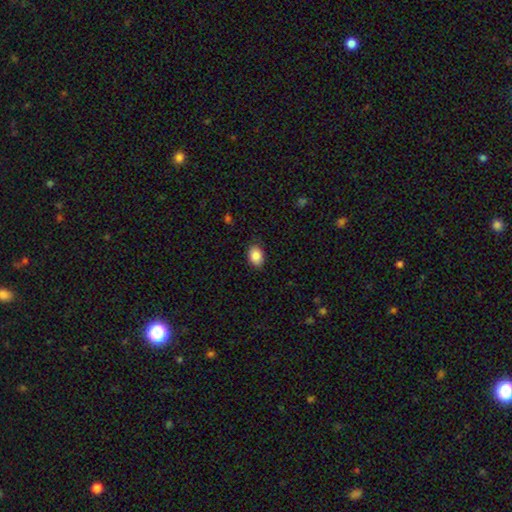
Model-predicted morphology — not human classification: smooth_or_featured: smooth (p=0.88) [alt: star or artifact p=0.08]
how_rounded: in between (p=0.81) [alt: round p=0.17]
merging: none (p=0.86) [alt: minor disturbance p=0.11]